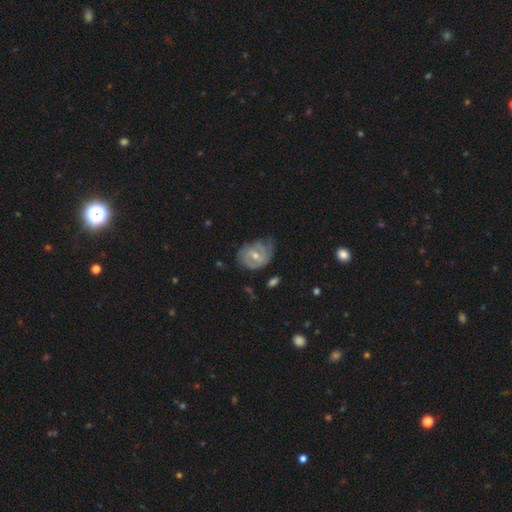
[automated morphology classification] smooth_or_featured: featured or disk (p=0.63) [alt: smooth p=0.31]
disk_edge_on: no (p=0.96) [alt: yes p=0.04]
bar: weak (p=0.48) [alt: no p=0.40]
has_spiral_arms: yes (p=0.73) [alt: no p=0.27]
bulge_size: moderate (p=0.60) [alt: small p=0.36]
merging: none (p=0.47) [alt: minor disturbance p=0.35]